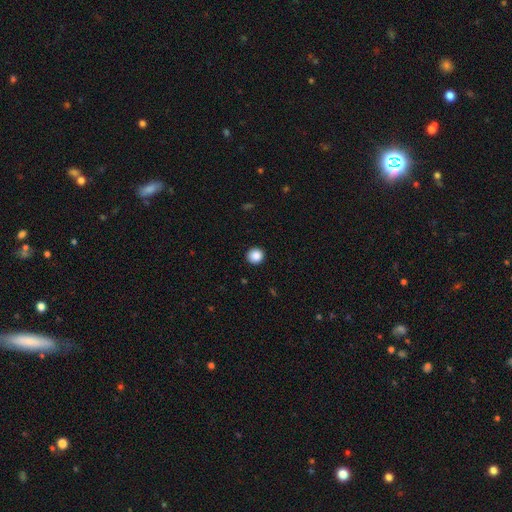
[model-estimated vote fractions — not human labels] Smooth or featured?
  - smooth: 88% *
  - star or artifact: 9%
  - featured or disk: 3%
How rounded?
  - round: 94% *
  - in between: 5%
  - cigar-shaped: 1%
Merging?
  - none: 93% *
  - minor disturbance: 5%
  - major disturbance: 2%
  - merger: 1%